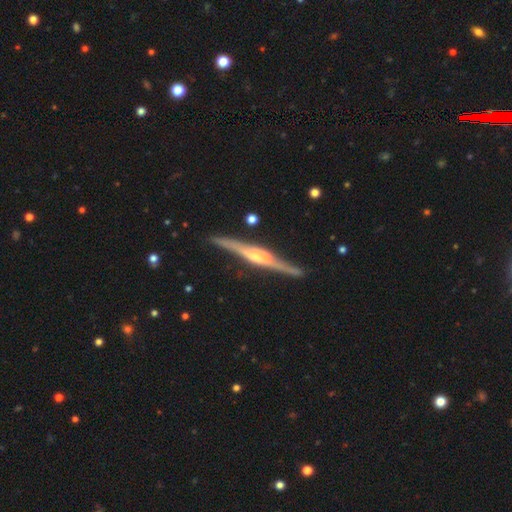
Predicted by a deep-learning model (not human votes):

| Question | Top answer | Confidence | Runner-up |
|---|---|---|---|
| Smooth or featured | featured or disk | 83% | smooth (12%) |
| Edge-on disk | yes | 97% | no (3%) |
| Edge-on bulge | rounded | 78% | boxy (14%) |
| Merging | none | 84% | minor disturbance (9%) |